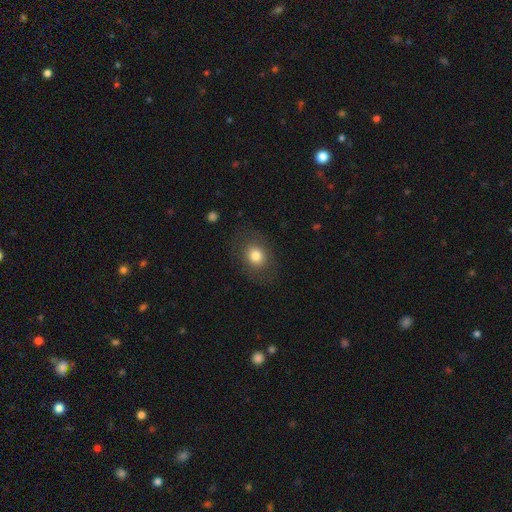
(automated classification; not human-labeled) A smooth galaxy with no disk features (77%) that is round (52%).

Vote fractions:
- Smooth or featured? smooth: 77% / featured or disk: 13% / star or artifact: 10%
- How rounded? round: 52% / in between: 47% / cigar-shaped: 1%
- Merging? none: 80% / minor disturbance: 12% / major disturbance: 7% / merger: 1%